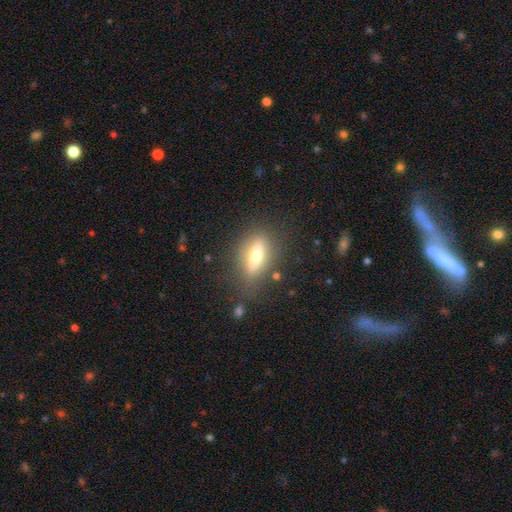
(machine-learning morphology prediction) A smooth galaxy with no disk features (51%) that is in between round and cigar-shaped (65%).

Vote fractions:
- Smooth or featured? smooth: 51% / featured or disk: 40% / star or artifact: 9%
- How rounded? in between: 65% / cigar-shaped: 28% / round: 8%
- Merging? none: 79% / minor disturbance: 13% / major disturbance: 6% / merger: 2%